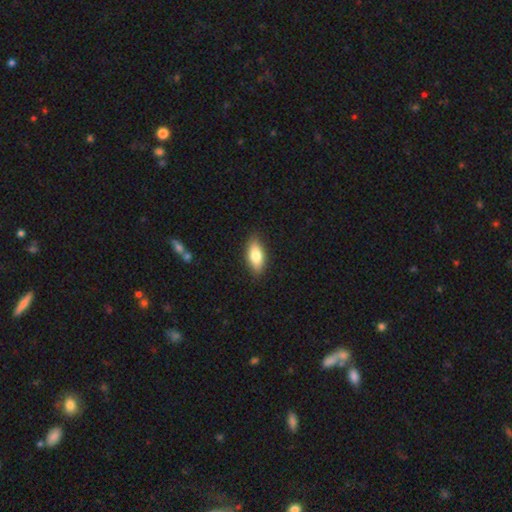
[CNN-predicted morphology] smooth 79%, featured or disk 15%, star or artifact 6%. Down the decision tree: how rounded — in between (82%); merging — none (87%).